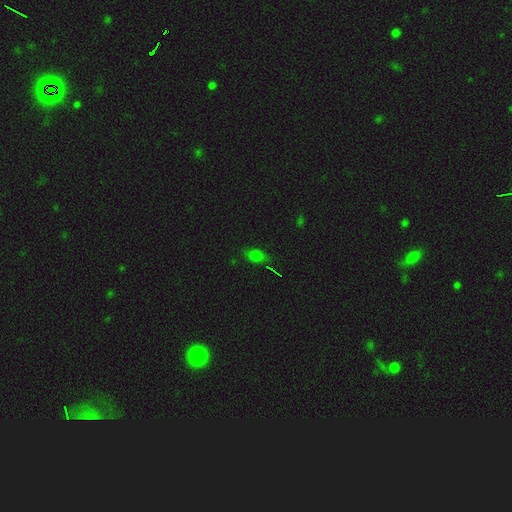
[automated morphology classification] Smooth or featured? Predicted: smooth (p=0.67). How rounded? Predicted: in between (p=0.71). Merging? Predicted: none (p=0.79).